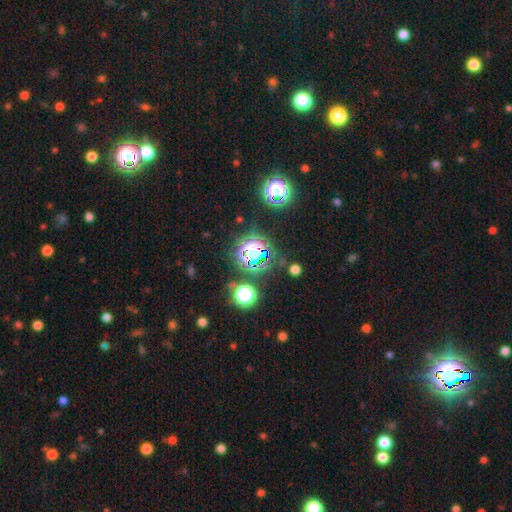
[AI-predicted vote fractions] This appears to be a star or artifact, not a galaxy (65%).